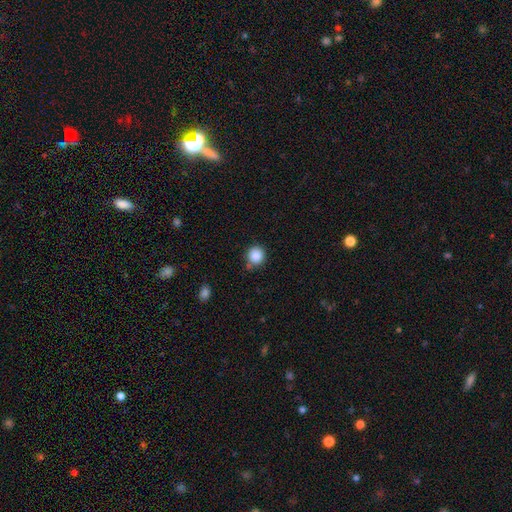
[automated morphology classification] type=smooth (87%); roundness=round (92%); merging=none (76%).